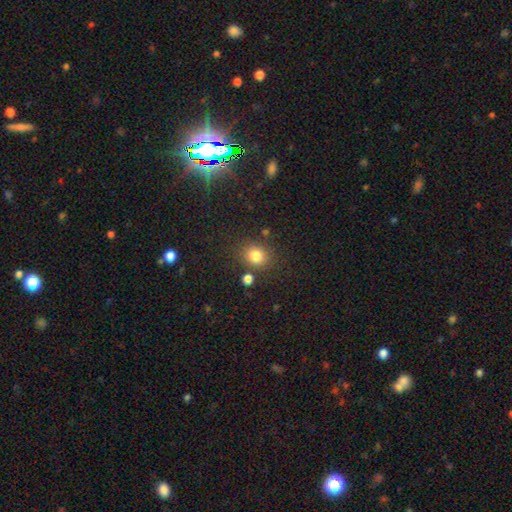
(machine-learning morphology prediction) Smooth or featured?
  - smooth: 80% *
  - star or artifact: 14%
  - featured or disk: 6%
How rounded?
  - round: 74% *
  - in between: 25%
  - cigar-shaped: 1%
Merging?
  - none: 79% *
  - minor disturbance: 10%
  - merger: 7%
  - major disturbance: 4%